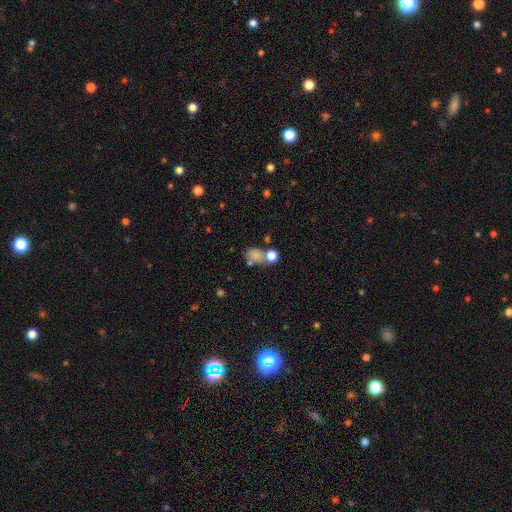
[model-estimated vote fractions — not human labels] smooth-or-featured: smooth: 74% | star or artifact: 15% | featured or disk: 11%
  how-rounded: in between: 53% | round: 46% | cigar-shaped: 2%
  merging: none: 43% | merger: 33% | minor disturbance: 15% | major disturbance: 9%